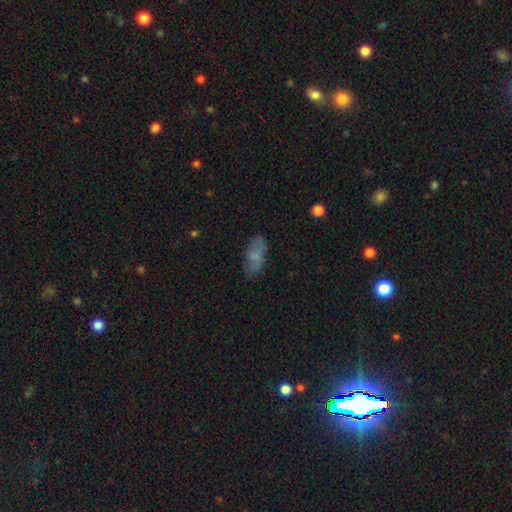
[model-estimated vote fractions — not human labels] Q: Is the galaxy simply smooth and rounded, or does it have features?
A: smooth — 73%.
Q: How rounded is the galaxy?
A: in between — 86%.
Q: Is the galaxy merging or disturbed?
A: none — 73%.